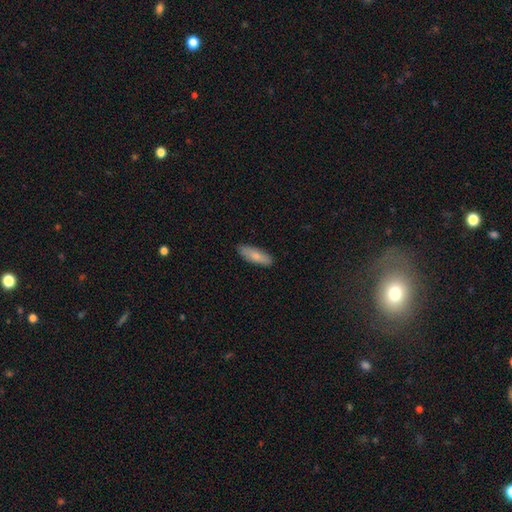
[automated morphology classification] Smooth or featured?
  - smooth: 79% *
  - featured or disk: 15%
  - star or artifact: 6%
How rounded?
  - in between: 60% *
  - cigar-shaped: 38%
  - round: 2%
Merging?
  - none: 85% *
  - minor disturbance: 12%
  - major disturbance: 2%
  - merger: 1%